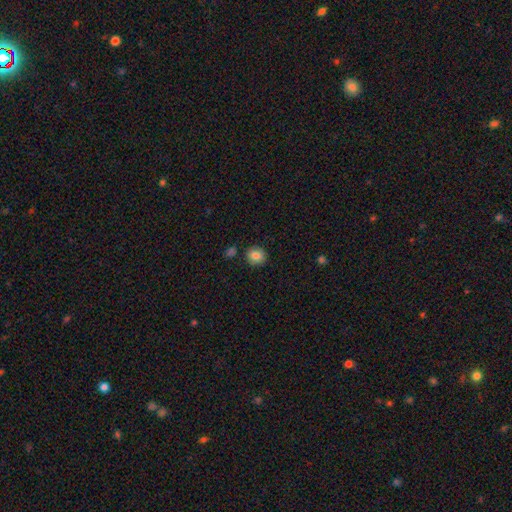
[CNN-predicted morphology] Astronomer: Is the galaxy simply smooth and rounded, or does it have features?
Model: smooth — 83%.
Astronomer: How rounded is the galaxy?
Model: round — 82%.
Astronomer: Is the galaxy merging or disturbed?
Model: none — 87%.